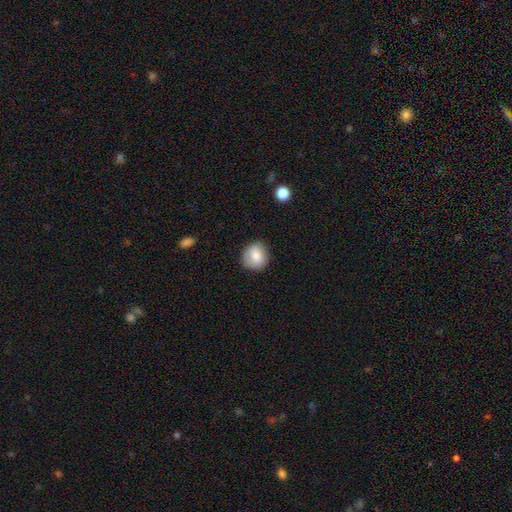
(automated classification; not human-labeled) smooth-or-featured: smooth: 82% | featured or disk: 11% | star or artifact: 8%
  how-rounded: round: 82% | in between: 17% | cigar-shaped: 1%
  merging: none: 82% | minor disturbance: 14% | major disturbance: 3% | merger: 1%